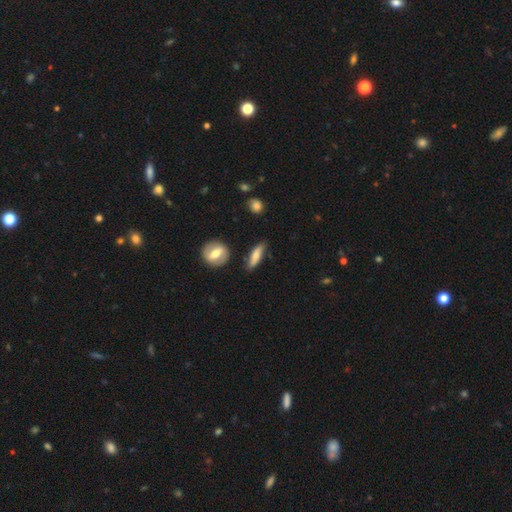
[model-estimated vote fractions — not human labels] Q: Smooth or featured?
A: smooth (65%); runner-up: featured or disk (28%)
Q: How rounded?
A: cigar-shaped (60%); runner-up: in between (34%)
Q: Merging?
A: none (77%); runner-up: minor disturbance (16%)